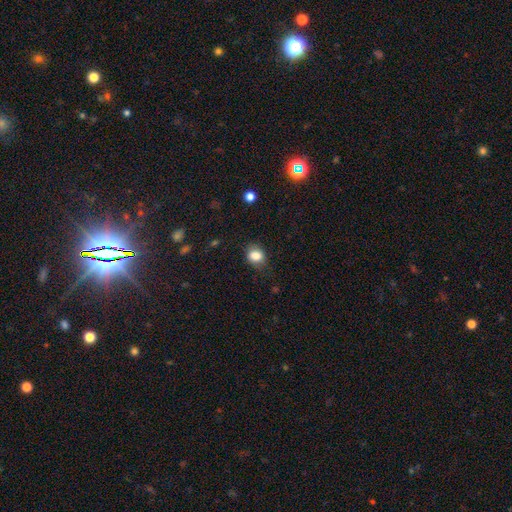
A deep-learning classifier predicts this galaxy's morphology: smooth-or-featured: smooth: 83% | star or artifact: 10% | featured or disk: 7%
  how-rounded: round: 53% | in between: 46% | cigar-shaped: 1%
  merging: none: 74% | minor disturbance: 19% | major disturbance: 5% | merger: 1%